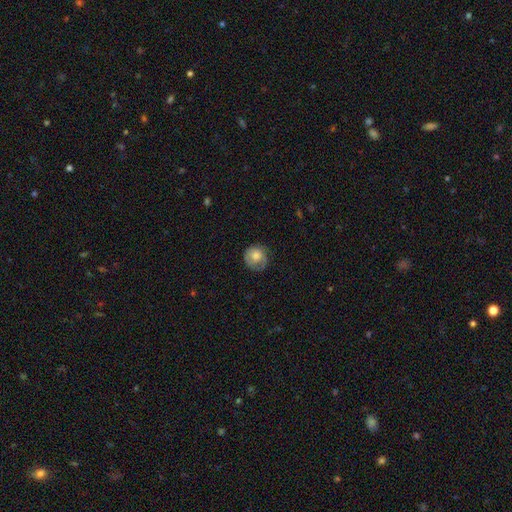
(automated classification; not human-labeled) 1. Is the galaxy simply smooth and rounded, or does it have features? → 67% smooth, 26% featured or disk, 7% star or artifact.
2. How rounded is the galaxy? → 86% round, 13% in between, 1% cigar-shaped.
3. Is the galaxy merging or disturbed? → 64% none, 24% minor disturbance, 10% major disturbance, 1% merger.